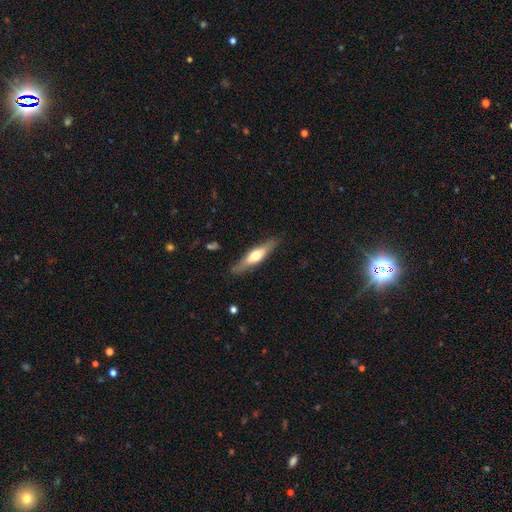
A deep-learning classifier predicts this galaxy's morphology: smooth_or_featured: featured or disk (p=0.48) [alt: smooth p=0.47]
merging: none (p=0.85) [alt: minor disturbance p=0.12]